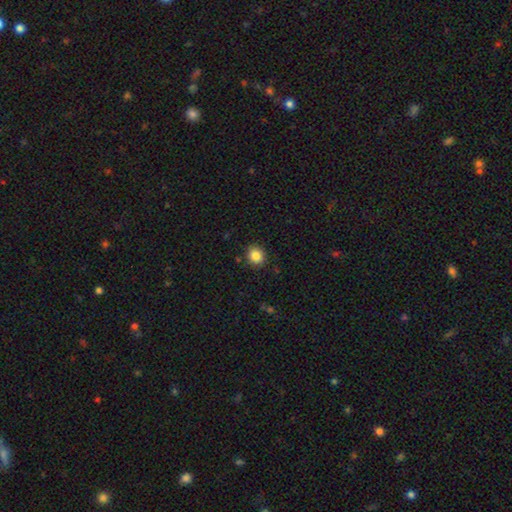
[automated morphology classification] Overall: smooth (86%). How rounded: round (79%). Merging: none (89%).